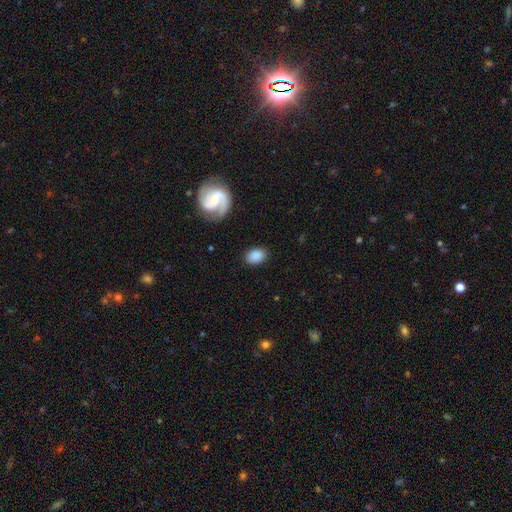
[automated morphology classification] Smooth or featured? Predicted: smooth (p=0.81). How rounded? Predicted: in between (p=0.77). Merging? Predicted: none (p=0.83).